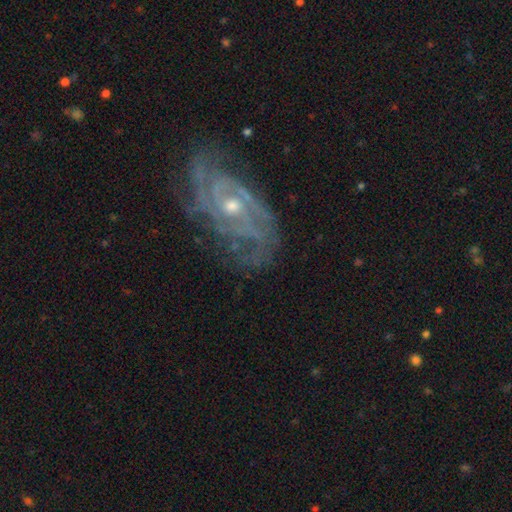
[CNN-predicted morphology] Smooth or featured?
  - featured or disk: 89% *
  - star or artifact: 7%
  - smooth: 5%
Edge-on disk?
  - no: 95% *
  - yes: 5%
Bar?
  - no: 66% *
  - weak: 26%
  - strong: 8%
Spiral arms?
  - yes: 96% *
  - no: 4%
Spiral winding?
  - tight: 60% *
  - medium: 32%
  - loose: 8%
Spiral arm count?
  - can't tell: 25% *
  - 2: 24%
  - 3: 24%
  - 4: 13%
  - more than 4: 8%
  - 1: 7%
Bulge size?
  - moderate: 52% *
  - small: 45%
  - large: 2%
  - none: 1%
  - dominant: 1%
Merging?
  - none: 70% *
  - minor disturbance: 20%
  - major disturbance: 9%
  - merger: 2%